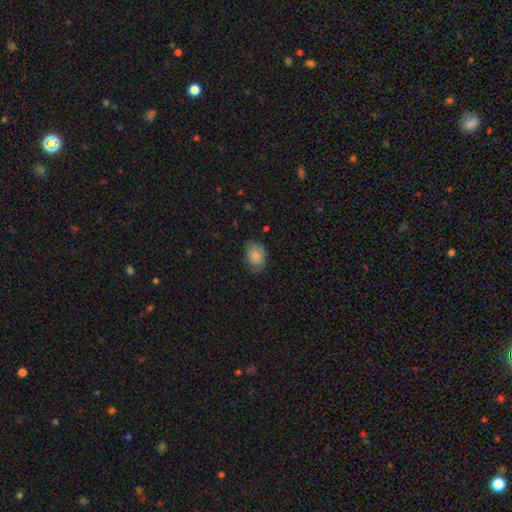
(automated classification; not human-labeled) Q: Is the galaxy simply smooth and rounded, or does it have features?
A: smooth — 83%.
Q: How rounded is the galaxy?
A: in between — 76%.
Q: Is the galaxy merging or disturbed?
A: none — 64%.